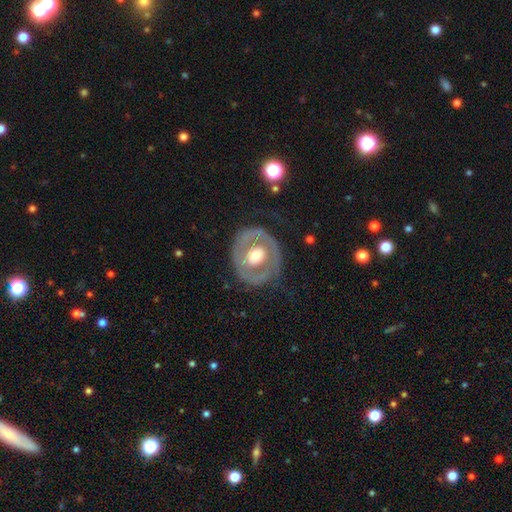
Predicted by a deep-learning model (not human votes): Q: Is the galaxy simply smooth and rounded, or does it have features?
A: featured or disk — 62%.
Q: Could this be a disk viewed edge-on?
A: no — 95%.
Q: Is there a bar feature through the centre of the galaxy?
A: no — 80%.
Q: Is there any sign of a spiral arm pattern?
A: no — 77%.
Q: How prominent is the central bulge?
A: moderate — 58%.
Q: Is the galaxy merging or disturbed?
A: none — 68%.